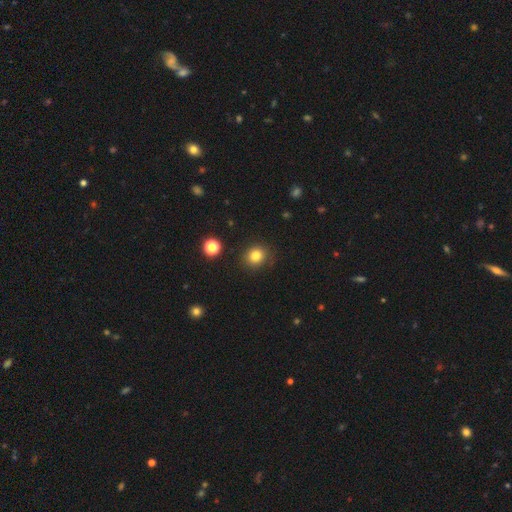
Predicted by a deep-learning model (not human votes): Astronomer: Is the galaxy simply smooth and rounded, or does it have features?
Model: smooth — 82%.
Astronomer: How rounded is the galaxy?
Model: round — 78%.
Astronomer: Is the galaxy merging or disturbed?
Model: none — 86%.